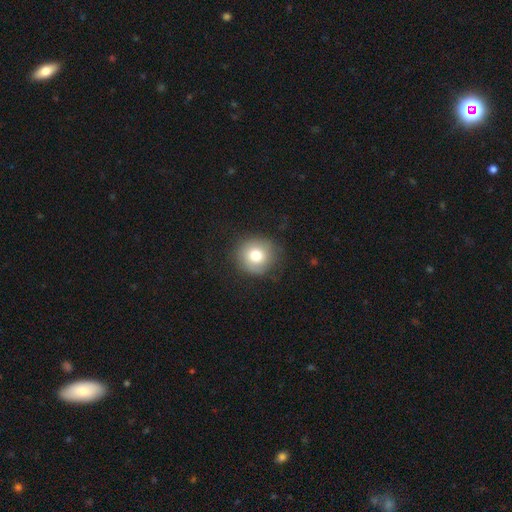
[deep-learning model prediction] Morphology: type=smooth (77%); roundness=round (91%); merging=none (83%).